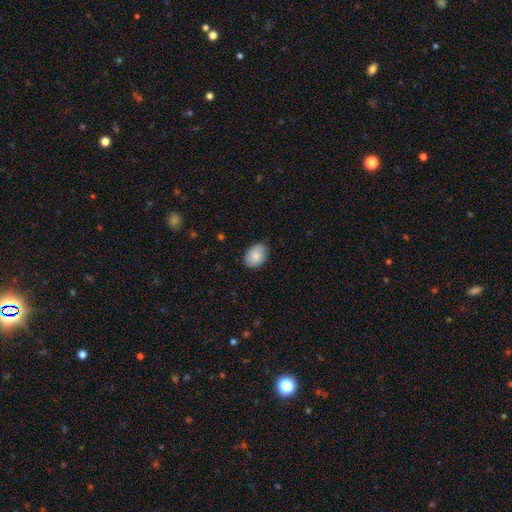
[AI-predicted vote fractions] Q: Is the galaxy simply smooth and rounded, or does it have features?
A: smooth — 84%.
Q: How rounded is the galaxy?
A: in between — 77%.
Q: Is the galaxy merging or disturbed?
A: none — 82%.